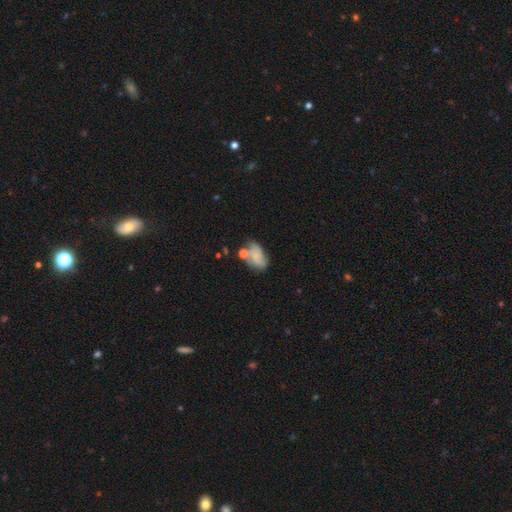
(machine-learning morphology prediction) Smooth or featured: smooth — 55% (featured or disk — 35%)
How rounded: in between — 87% (round — 11%)
Merging: none — 39% (minor disturbance — 27%)